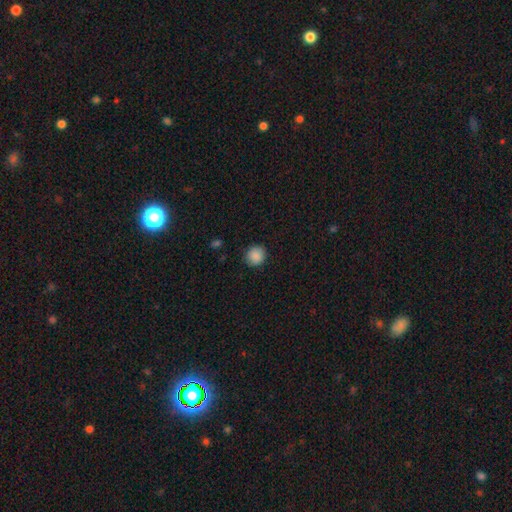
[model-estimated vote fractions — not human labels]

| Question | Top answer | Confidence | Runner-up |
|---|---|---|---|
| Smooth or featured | smooth | 88% | star or artifact (8%) |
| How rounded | round | 87% | in between (13%) |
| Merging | none | 89% | minor disturbance (8%) |